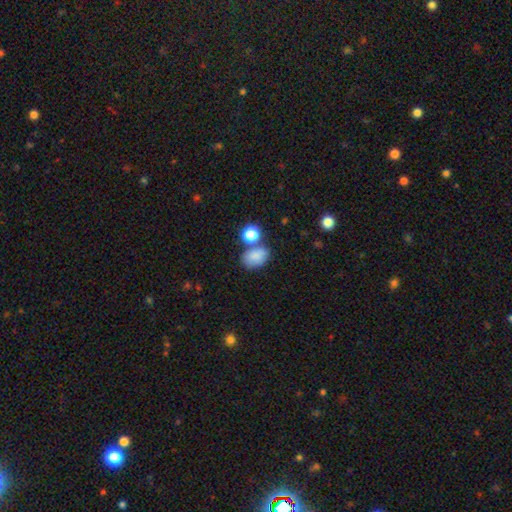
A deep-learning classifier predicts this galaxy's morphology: Smooth or featured?
  - smooth: 83% *
  - star or artifact: 9%
  - featured or disk: 7%
How rounded?
  - in between: 78% *
  - round: 21%
  - cigar-shaped: 1%
Merging?
  - none: 58% *
  - merger: 21%
  - minor disturbance: 15%
  - major disturbance: 5%